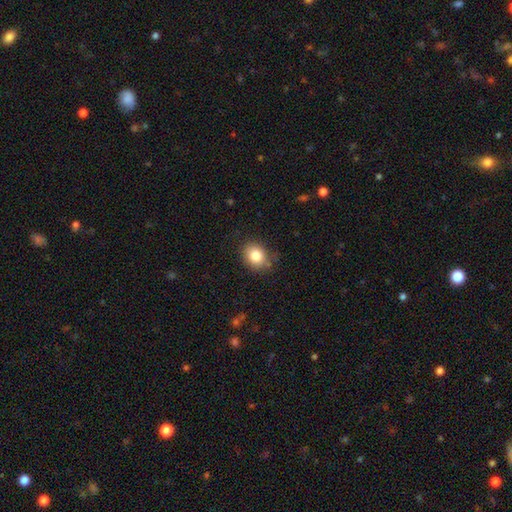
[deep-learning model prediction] Smooth or featured?
  - smooth: 83% *
  - star or artifact: 9%
  - featured or disk: 8%
How rounded?
  - round: 54% *
  - in between: 46%
  - cigar-shaped: 1%
Merging?
  - none: 80% *
  - minor disturbance: 15%
  - major disturbance: 4%
  - merger: 2%